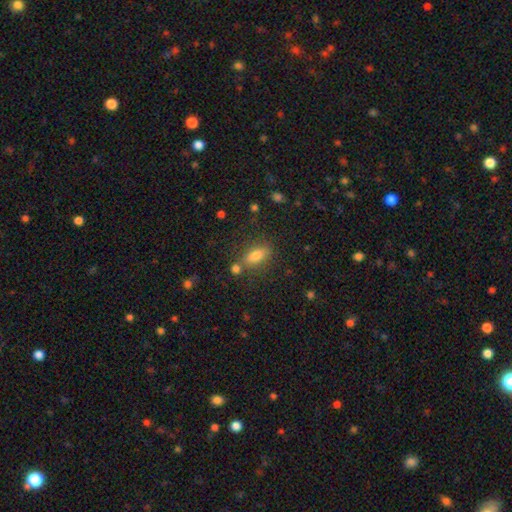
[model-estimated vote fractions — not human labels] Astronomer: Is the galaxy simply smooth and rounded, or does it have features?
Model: smooth — 76%.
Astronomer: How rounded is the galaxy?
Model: in between — 76%.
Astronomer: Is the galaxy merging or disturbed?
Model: none — 71%.